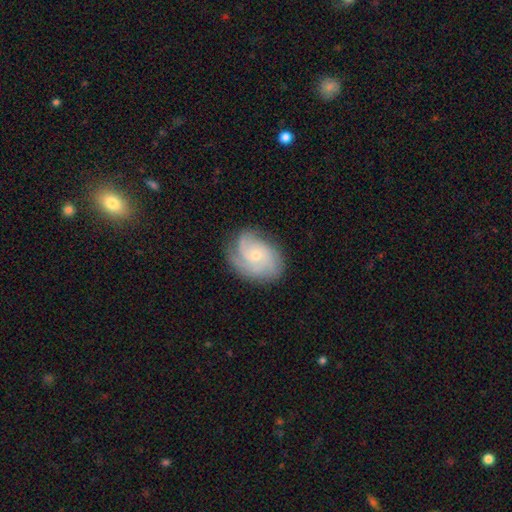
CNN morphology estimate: smooth_or_featured: featured or disk (p=0.80) [alt: smooth p=0.14]
disk_edge_on: no (p=0.97) [alt: yes p=0.03]
bar: no (p=0.74) [alt: weak p=0.24]
has_spiral_arms: yes (p=0.96) [alt: no p=0.04]
spiral_winding: tight (p=0.55) [alt: medium p=0.35]
spiral_arm_count: 3 (p=0.36) [alt: can't tell p=0.23]
bulge_size: small (p=0.59) [alt: moderate p=0.37]
merging: none (p=0.73) [alt: minor disturbance p=0.19]